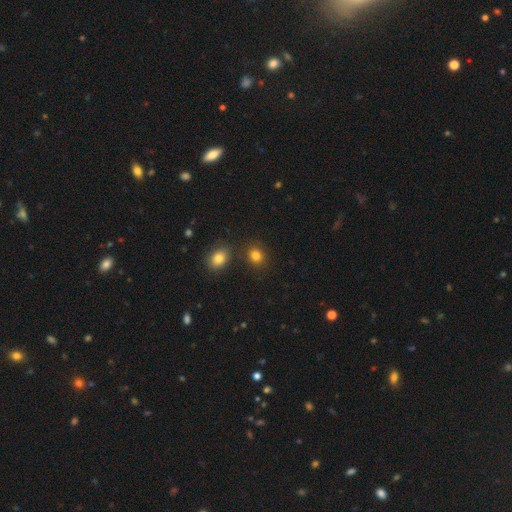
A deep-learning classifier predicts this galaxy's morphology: type=smooth (82%); roundness=round (67%); merging=none (80%).